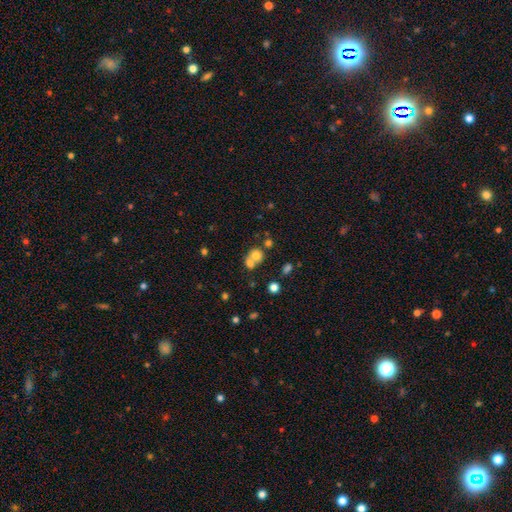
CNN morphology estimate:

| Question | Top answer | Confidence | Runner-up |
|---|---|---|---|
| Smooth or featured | smooth | 71% | featured or disk (15%) |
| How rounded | round | 78% | in between (21%) |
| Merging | merger | 56% | none (35%) |